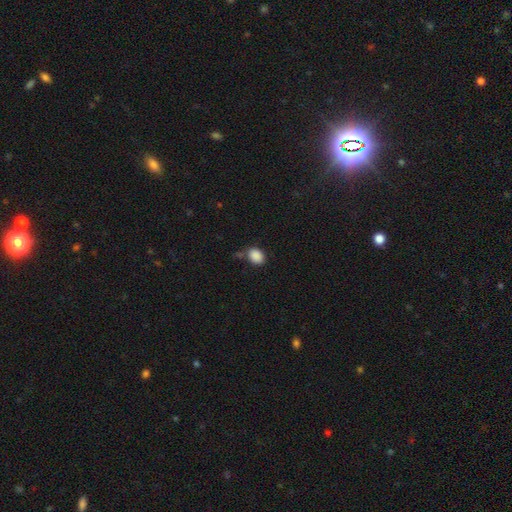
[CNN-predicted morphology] A smooth galaxy with no disk features (88%) that is in between round and cigar-shaped (64%).

Vote fractions:
- Smooth or featured? smooth: 88% / star or artifact: 9% / featured or disk: 3%
- How rounded? in between: 64% / round: 35% / cigar-shaped: 1%
- Merging? none: 71% / minor disturbance: 16% / merger: 8% / major disturbance: 4%